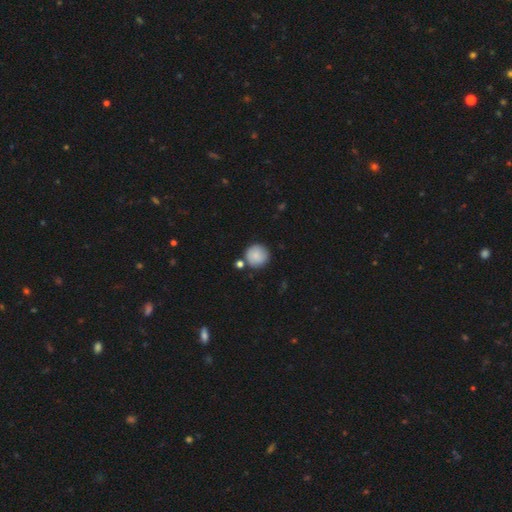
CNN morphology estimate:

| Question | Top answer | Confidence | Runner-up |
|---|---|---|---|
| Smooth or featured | smooth | 87% | star or artifact (7%) |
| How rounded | round | 95% | in between (4%) |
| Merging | none | 80% | minor disturbance (10%) |